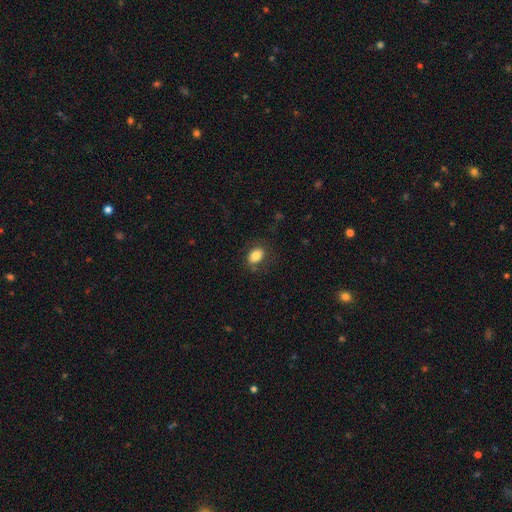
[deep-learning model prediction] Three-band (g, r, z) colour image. It shows a smooth galaxy with no disk features (82%) that is in between round and cigar-shaped (79%). Merging: none (79%).